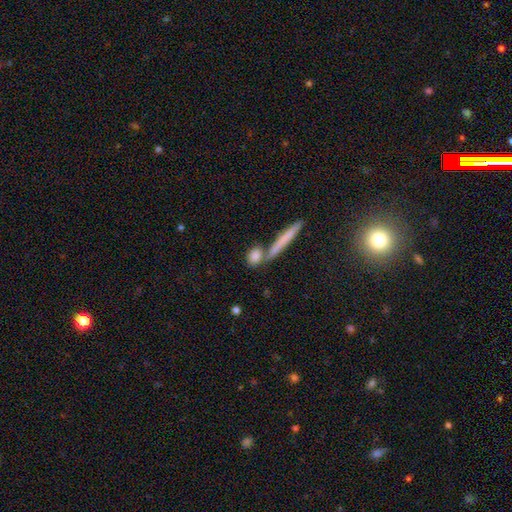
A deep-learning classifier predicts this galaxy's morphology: This is likely a smooth galaxy (78%). How rounded: marginally cigar-shaped (36%, tied with round). Merging: likely none (63%).